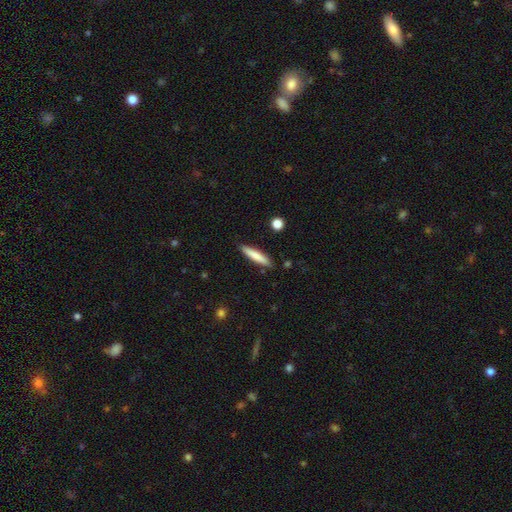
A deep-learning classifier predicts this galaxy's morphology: Smooth or featured? smooth (76%)
How rounded? cigar-shaped (89%)
Merging? none (88%)